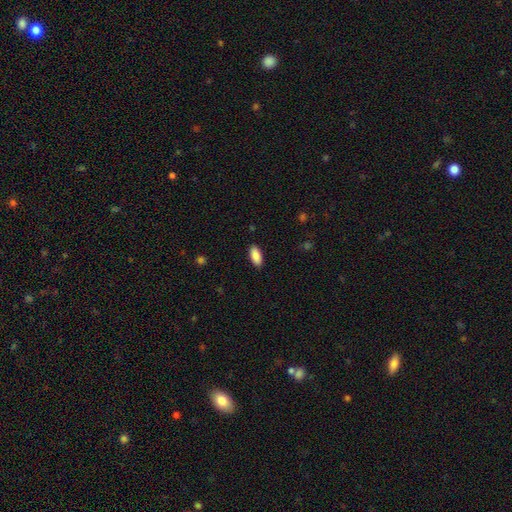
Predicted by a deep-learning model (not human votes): Smooth or featured? smooth (89%)
How rounded? in between (88%)
Merging? none (89%)